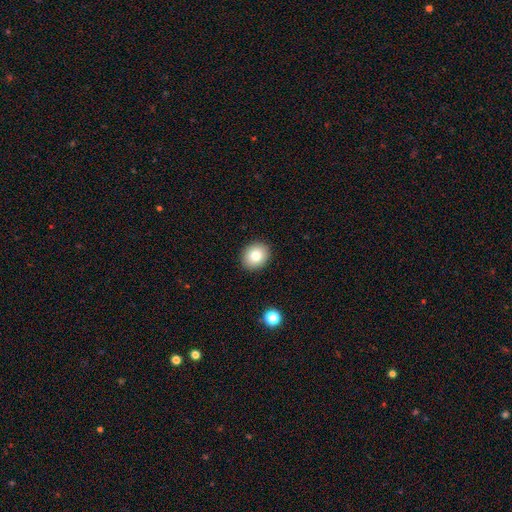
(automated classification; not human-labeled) A smooth galaxy with no disk features (81%) that is round (67%). Merging: none (90%).